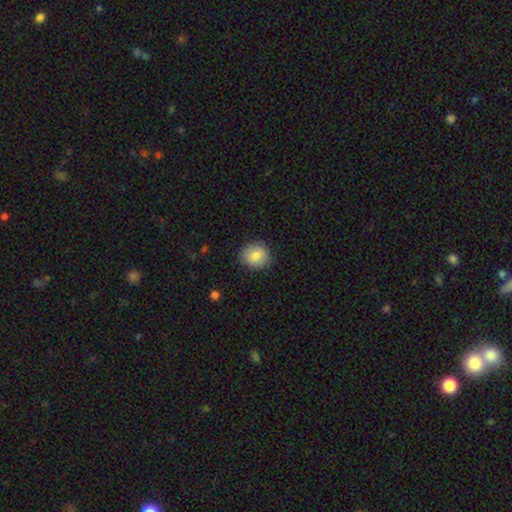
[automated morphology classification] Smooth or featured?
  - smooth: 81% *
  - featured or disk: 11%
  - star or artifact: 8%
How rounded?
  - round: 80% *
  - in between: 19%
  - cigar-shaped: 1%
Merging?
  - none: 87% *
  - minor disturbance: 9%
  - major disturbance: 2%
  - merger: 1%